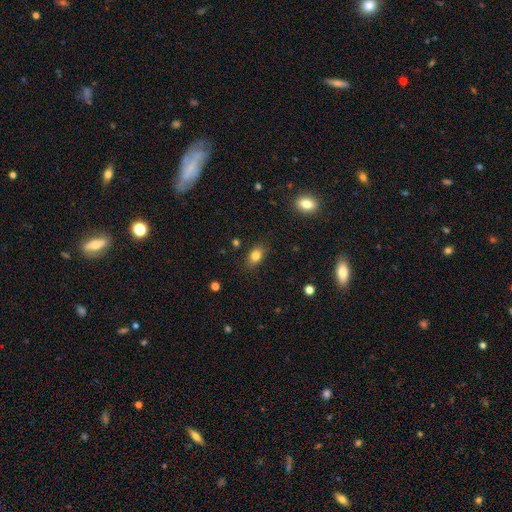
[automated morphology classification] Smooth or featured: smooth — 81% (star or artifact — 10%)
How rounded: in between — 81% (round — 17%)
Merging: none — 85% (minor disturbance — 11%)